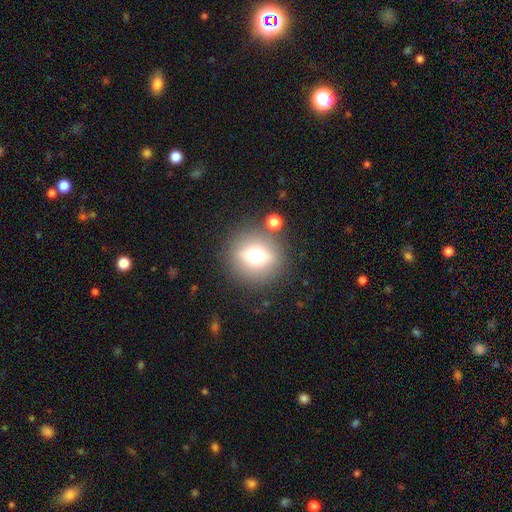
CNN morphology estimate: Overall: smooth (63%). How rounded: round (89%). Merging: none (81%).